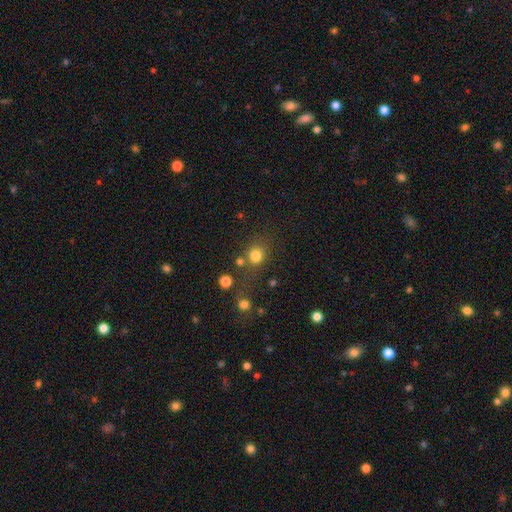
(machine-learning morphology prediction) A smooth galaxy with no disk features (79%) that is round (81%). Merging: none (64%).